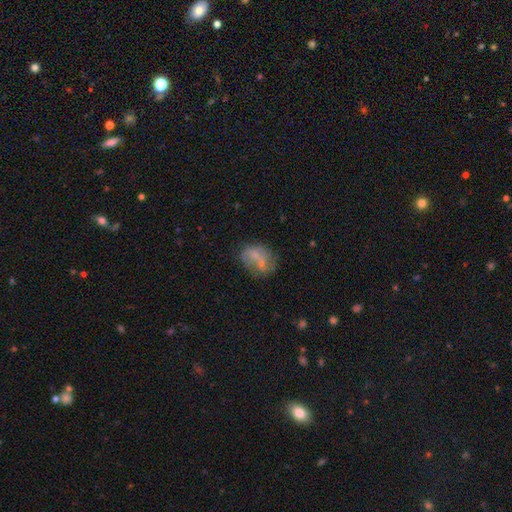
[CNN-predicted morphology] Q: Smooth or featured?
A: smooth (54%); runner-up: featured or disk (36%)
Q: How rounded?
A: in between (67%); runner-up: round (31%)
Q: Merging?
A: none (42%); runner-up: merger (22%)